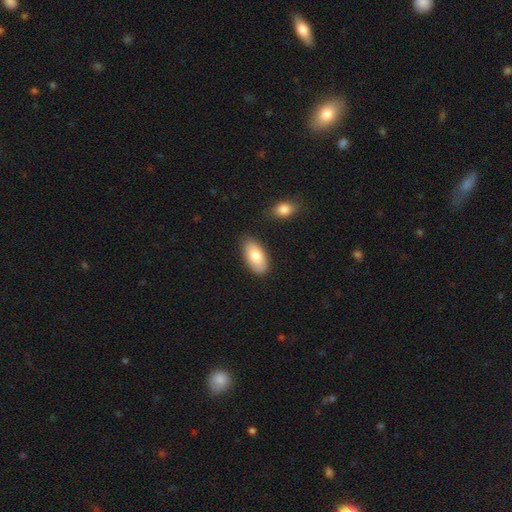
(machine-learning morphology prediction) smooth-or-featured: smooth: 79% | featured or disk: 15% | star or artifact: 6%
  how-rounded: in between: 94% | cigar-shaped: 3% | round: 3%
  merging: none: 81% | minor disturbance: 13% | merger: 3% | major disturbance: 3%